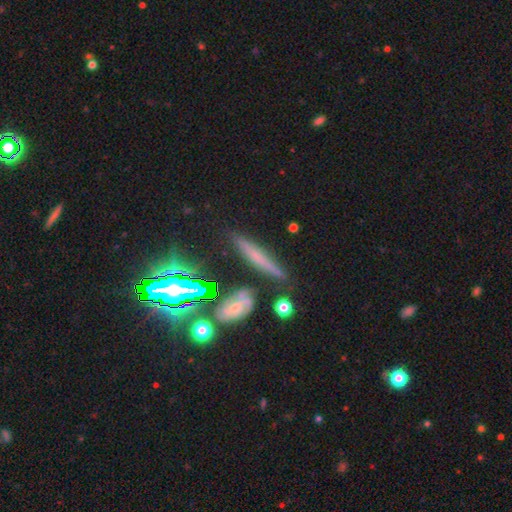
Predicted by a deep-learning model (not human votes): Smooth or featured?
  - smooth: 42% *
  - featured or disk: 35%
  - star or artifact: 22%
Merging?
  - none: 76% *
  - minor disturbance: 14%
  - merger: 6%
  - major disturbance: 4%